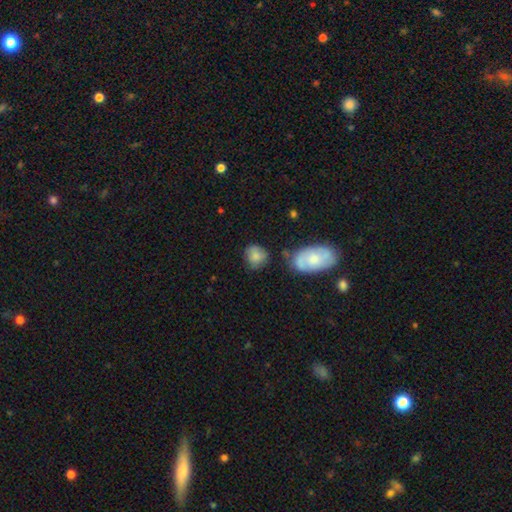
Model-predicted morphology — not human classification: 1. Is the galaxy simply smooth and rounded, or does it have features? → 79% smooth, 13% featured or disk, 8% star or artifact.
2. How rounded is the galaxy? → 66% round, 32% in between, 2% cigar-shaped.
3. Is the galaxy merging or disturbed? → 59% none, 23% minor disturbance, 11% merger, 7% major disturbance.